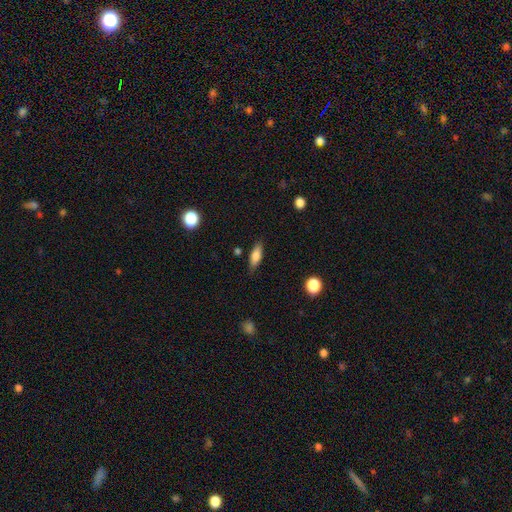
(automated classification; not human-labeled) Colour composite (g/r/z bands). It shows a smooth galaxy with no disk features (75%) that is in between round and cigar-shaped (61%). Merging: none (83%).